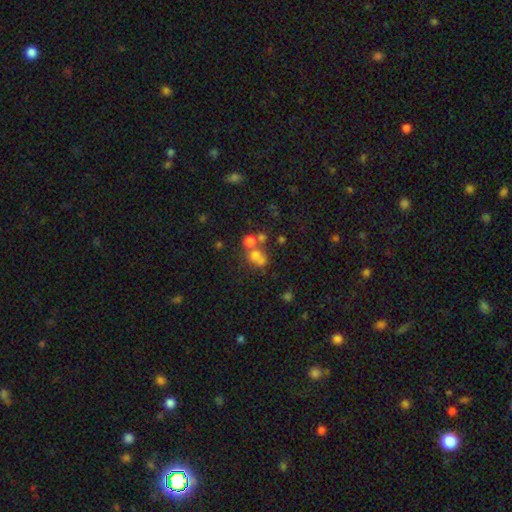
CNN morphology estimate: Smooth or featured?
  - smooth: 60% *
  - featured or disk: 20%
  - star or artifact: 20%
How rounded?
  - round: 76% *
  - in between: 23%
  - cigar-shaped: 1%
Merging?
  - merger: 46% *
  - none: 39%
  - minor disturbance: 8%
  - major disturbance: 7%